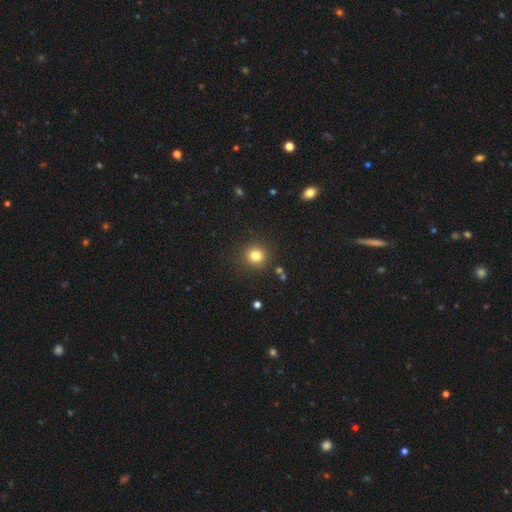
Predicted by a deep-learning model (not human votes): Smooth or featured? Predicted: smooth (p=0.81). How rounded? Predicted: round (p=0.90). Merging? Predicted: none (p=0.89).